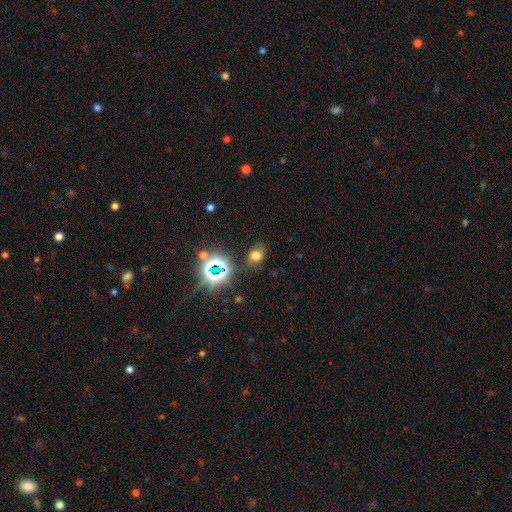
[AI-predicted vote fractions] smooth_or_featured: smooth (p=0.61) [alt: star or artifact p=0.28]
how_rounded: in between (p=0.60) [alt: round p=0.38]
merging: none (p=0.75) [alt: minor disturbance p=0.16]